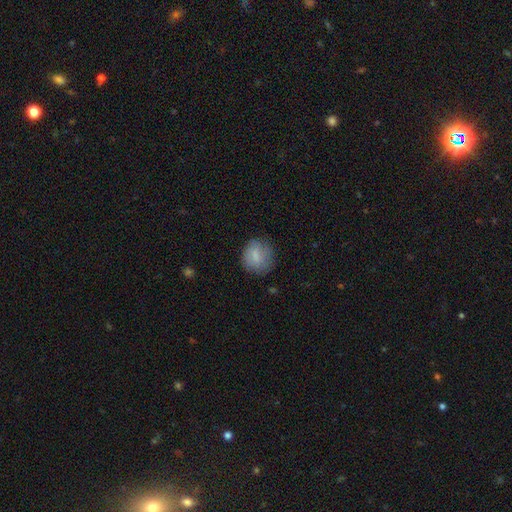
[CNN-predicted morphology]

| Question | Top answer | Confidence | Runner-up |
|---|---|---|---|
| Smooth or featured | smooth | 77% | featured or disk (15%) |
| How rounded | round | 72% | in between (27%) |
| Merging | none | 71% | minor disturbance (20%) |